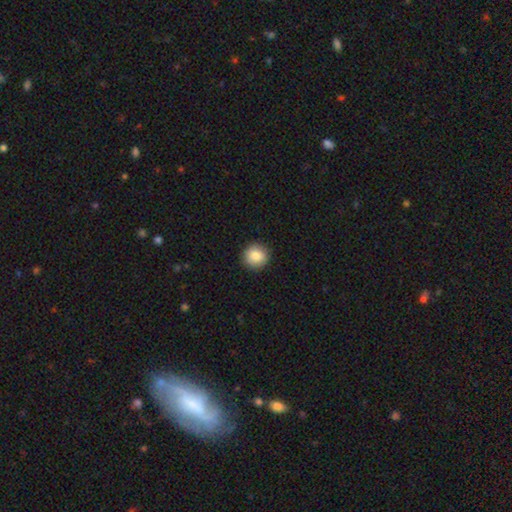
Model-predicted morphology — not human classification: A smooth galaxy with no disk features (86%) that is round (92%). Merging: none (91%).